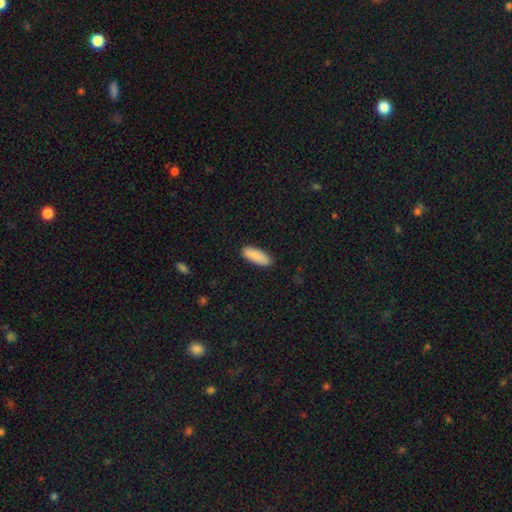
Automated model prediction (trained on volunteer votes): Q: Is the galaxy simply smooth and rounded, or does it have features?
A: smooth — 90%.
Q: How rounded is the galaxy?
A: in between — 69%.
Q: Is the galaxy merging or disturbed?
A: none — 90%.